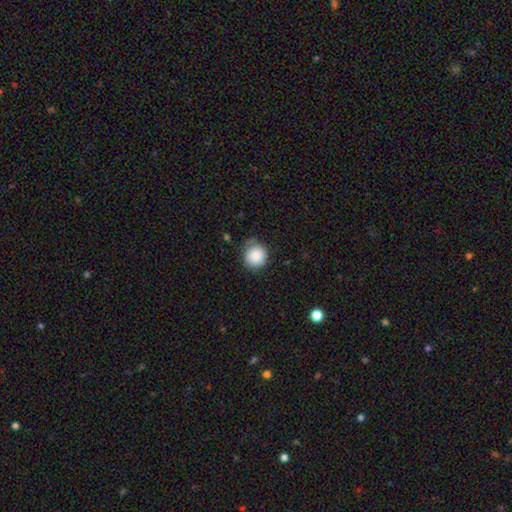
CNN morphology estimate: type=smooth (86%); roundness=round (91%); merging=none (73%).